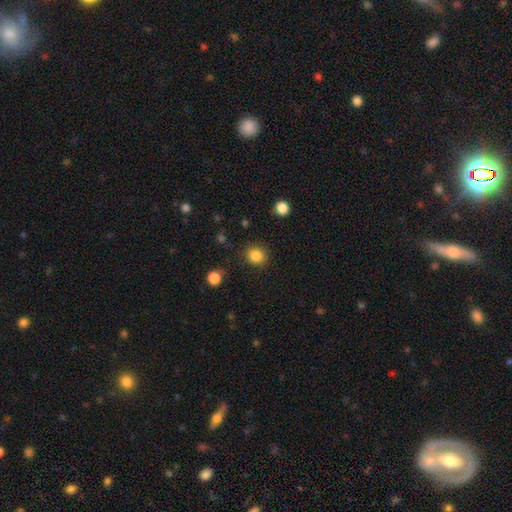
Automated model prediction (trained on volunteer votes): smooth 86%, star or artifact 11%, featured or disk 4%. Down the decision tree: how rounded — round (86%); merging — none (87%).